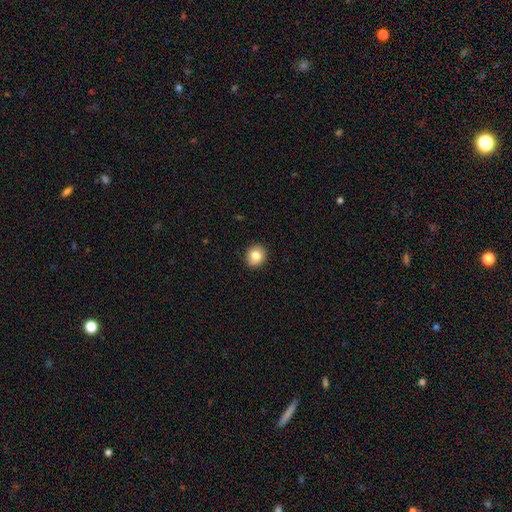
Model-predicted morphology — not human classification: smooth_or_featured: smooth (p=0.82) [alt: star or artifact p=0.09]
how_rounded: round (p=0.83) [alt: in between p=0.16]
merging: none (p=0.91) [alt: minor disturbance p=0.06]